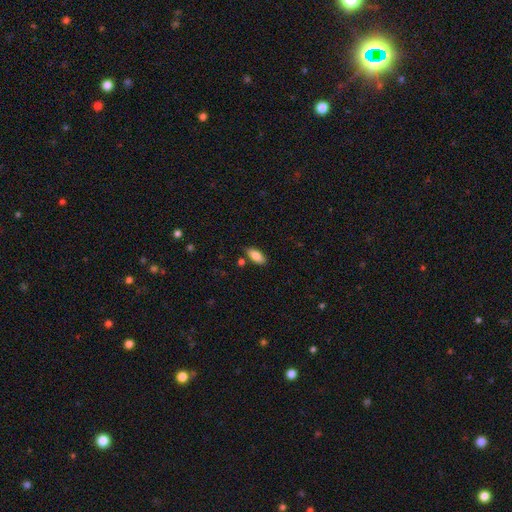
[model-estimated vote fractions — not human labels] A smooth galaxy with no disk features (84%) that is in between round and cigar-shaped (88%).

Vote fractions:
- Smooth or featured? smooth: 84% / featured or disk: 9% / star or artifact: 7%
- How rounded? in between: 88% / cigar-shaped: 10% / round: 2%
- Merging? none: 80% / minor disturbance: 13% / merger: 5% / major disturbance: 2%